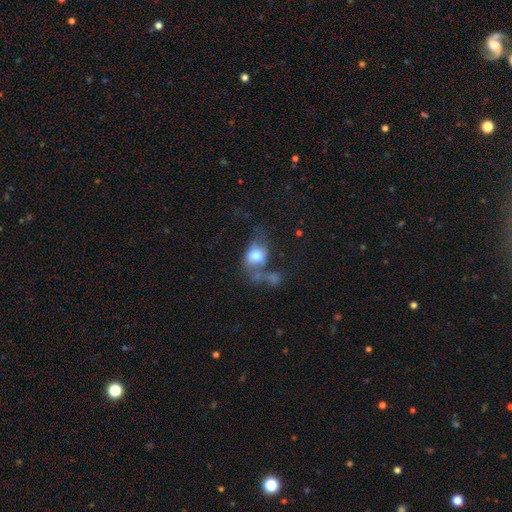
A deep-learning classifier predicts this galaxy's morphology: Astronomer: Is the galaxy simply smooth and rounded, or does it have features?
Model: smooth — 63%.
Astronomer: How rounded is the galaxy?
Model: in between — 65%.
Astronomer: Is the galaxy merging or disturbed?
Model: major disturbance — 32% (runner-up: merger, 25%).